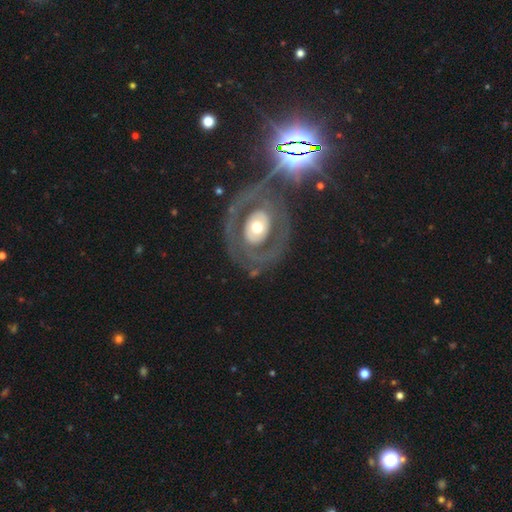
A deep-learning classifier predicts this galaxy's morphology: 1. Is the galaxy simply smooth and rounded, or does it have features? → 72% featured or disk, 19% smooth, 9% star or artifact.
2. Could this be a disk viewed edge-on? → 95% no, 5% yes.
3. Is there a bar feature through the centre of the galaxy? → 74% no, 16% weak, 10% strong.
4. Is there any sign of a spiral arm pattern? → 58% no, 42% yes.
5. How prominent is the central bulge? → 62% moderate, 19% small, 16% large, 3% dominant, 1% none.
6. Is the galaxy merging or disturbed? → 71% none, 13% minor disturbance, 12% major disturbance, 3% merger.